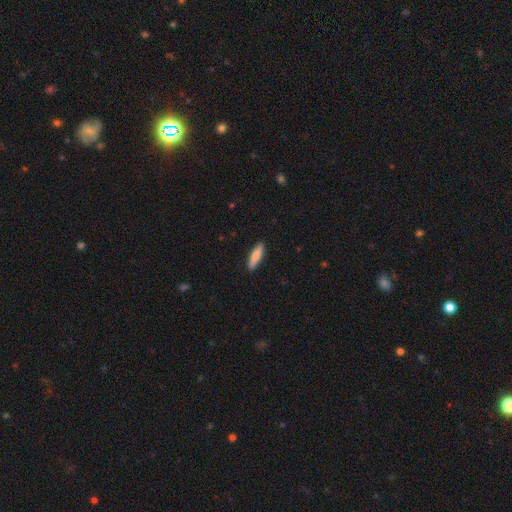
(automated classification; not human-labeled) Overall: smooth (80%). How rounded: cigar-shaped (72%). Merging: none (89%).